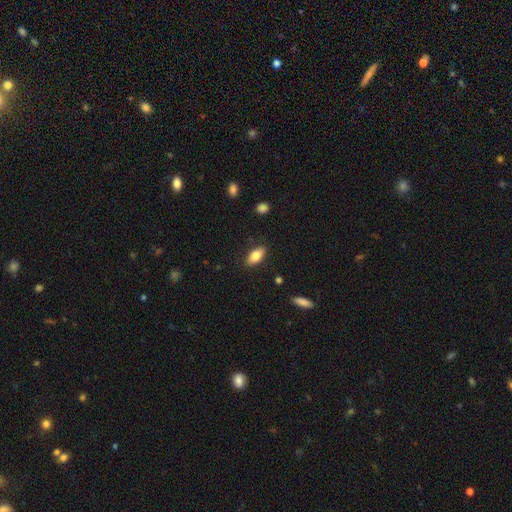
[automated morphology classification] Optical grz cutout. It shows a smooth galaxy with no disk features (78%) that is in between round and cigar-shaped (86%). Merging: none (87%).